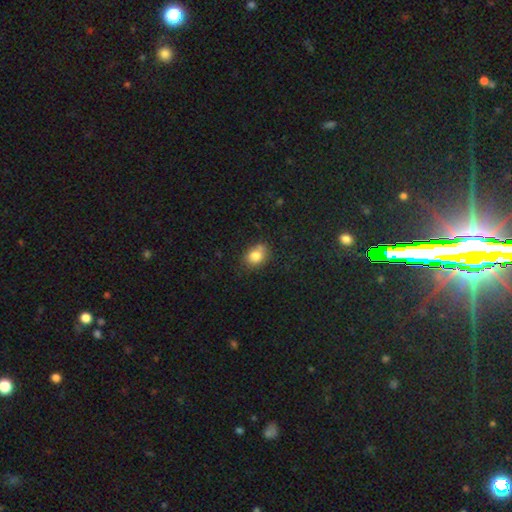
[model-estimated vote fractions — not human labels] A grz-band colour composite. It shows a smooth galaxy with no disk features (82%) that is in between round and cigar-shaped (57%). Merging: none (67%).